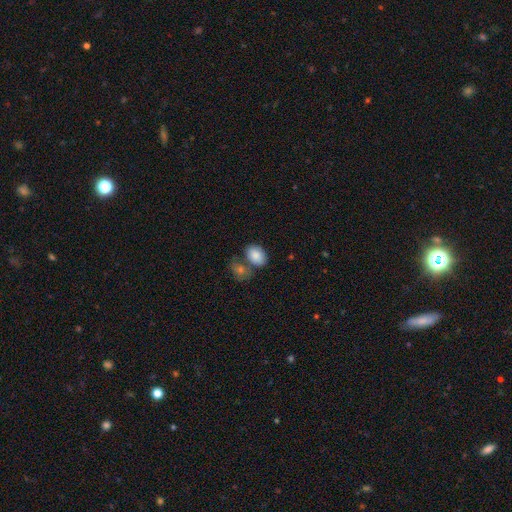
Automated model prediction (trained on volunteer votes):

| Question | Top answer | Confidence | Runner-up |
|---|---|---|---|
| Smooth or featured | smooth | 85% | featured or disk (8%) |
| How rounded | in between | 82% | round (17%) |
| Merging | none | 47% | merger (33%) |